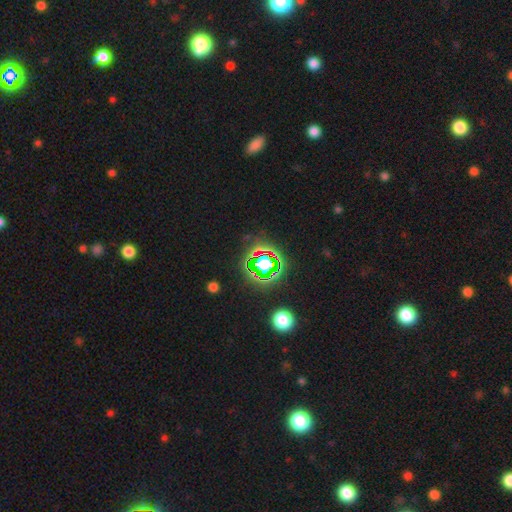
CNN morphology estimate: Smooth or featured? star or artifact (76%)